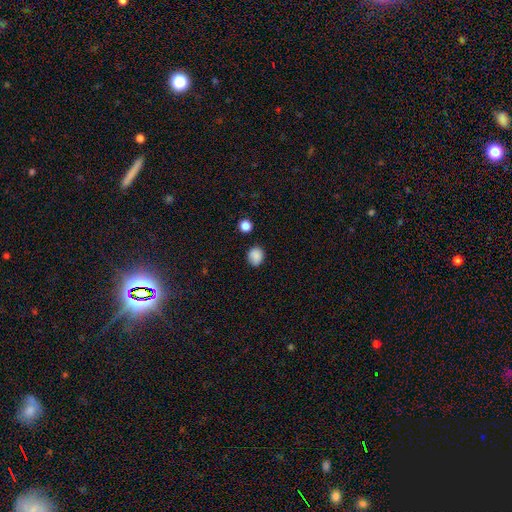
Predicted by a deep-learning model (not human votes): Overall: smooth (85%). How rounded: round (66%; in between 33%). Merging: none (79%).